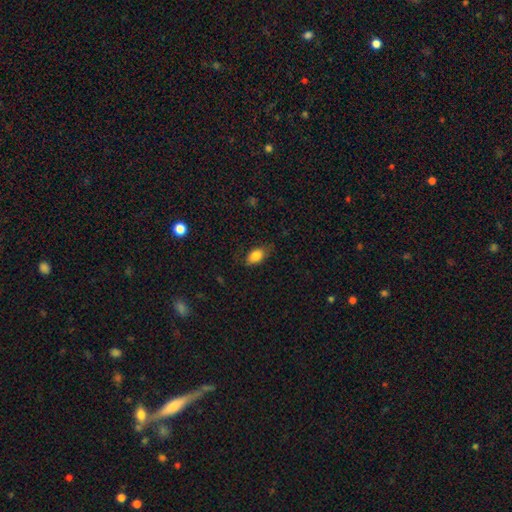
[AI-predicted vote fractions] Morphology: type=smooth (83%); roundness=in between (87%); merging=none (73%).